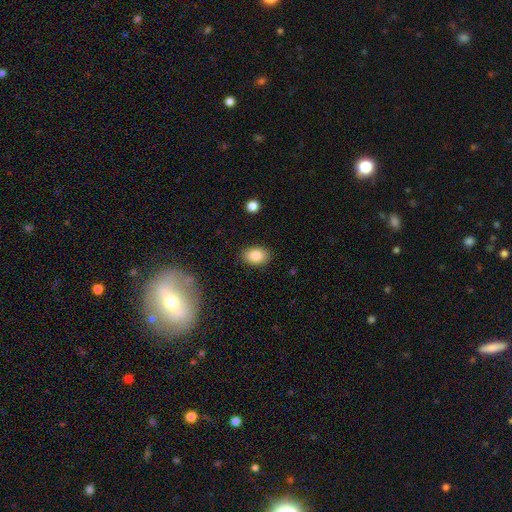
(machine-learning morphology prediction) This is clearly a smooth galaxy (85%). How rounded: clearly in between (82%). Merging: clearly none (88%).